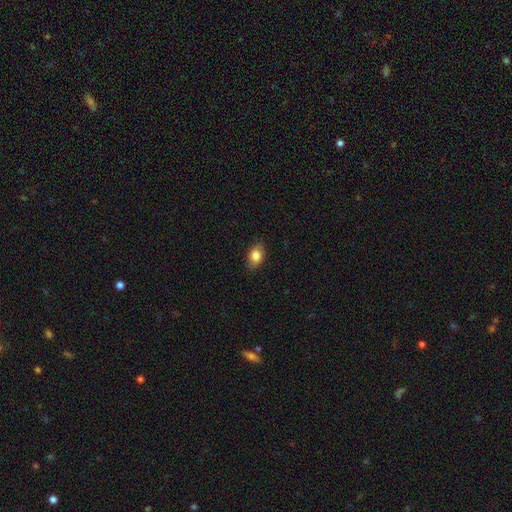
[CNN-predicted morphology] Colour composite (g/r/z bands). It shows a smooth galaxy with no disk features (84%) that is in between round and cigar-shaped (81%). Merging: none (85%).